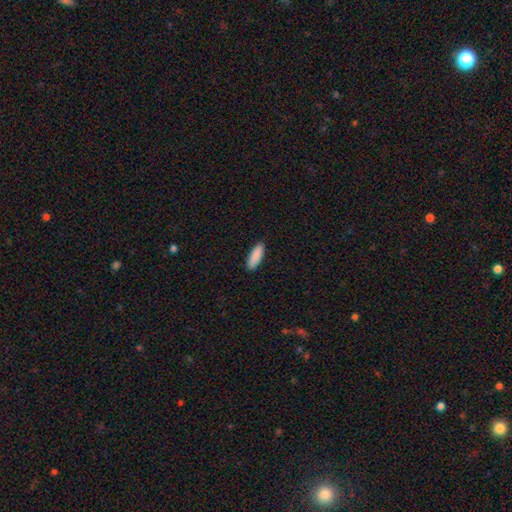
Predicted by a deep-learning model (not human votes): Smooth or featured? smooth (90%)
How rounded? in between (57%)
Merging? none (90%)